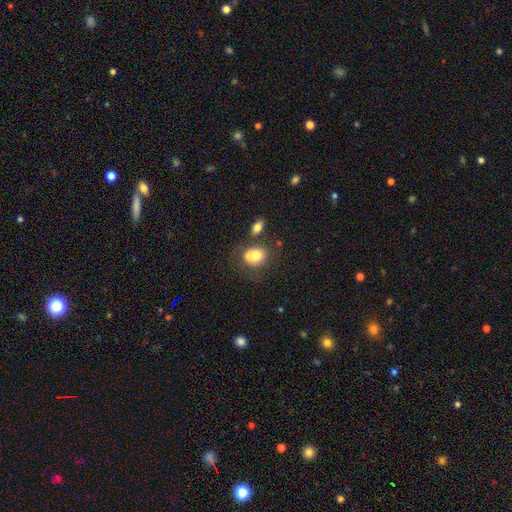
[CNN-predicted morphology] A smooth galaxy with no disk features (70%) that is round (60%). Merging: none (40%).